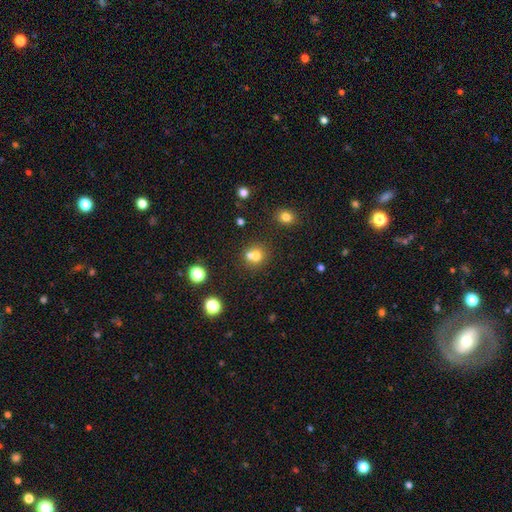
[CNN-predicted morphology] This is likely a smooth galaxy (70%). How rounded: clearly round (82%). Merging: possibly merger (48%).